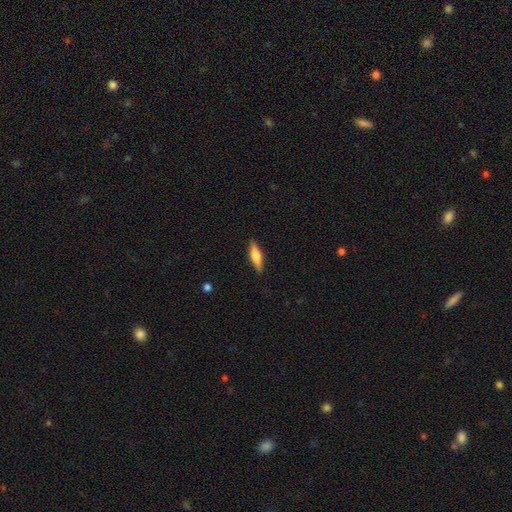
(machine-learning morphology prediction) smooth_or_featured: smooth (p=0.62) [alt: featured or disk p=0.31]
how_rounded: cigar-shaped (p=0.60) [alt: in between p=0.38]
merging: none (p=0.88) [alt: minor disturbance p=0.09]